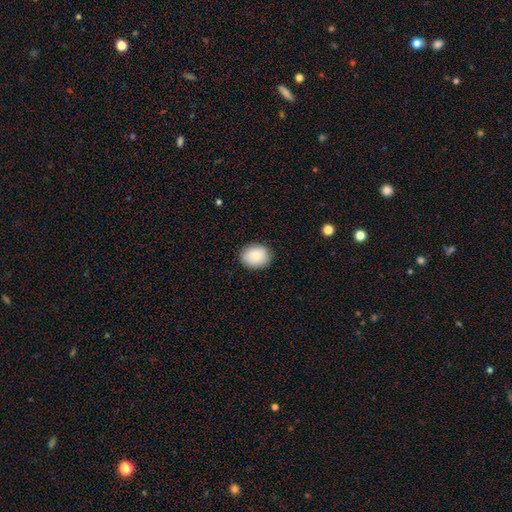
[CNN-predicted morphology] This appears to be a smooth galaxy with no disk features (88%) that is round (54%). Merging: none (88%).